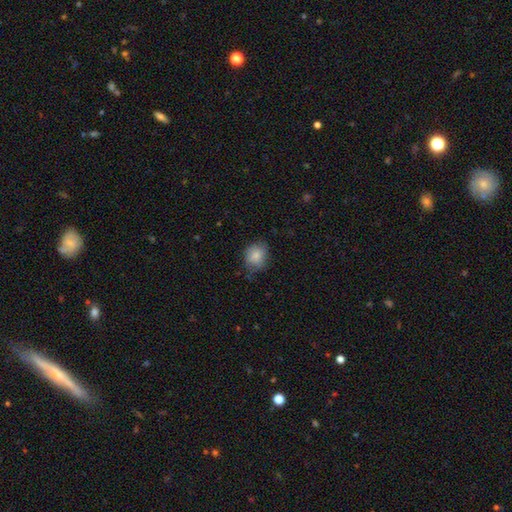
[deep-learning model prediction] Q: Smooth or featured?
A: smooth (83%); runner-up: featured or disk (9%)
Q: How rounded?
A: round (62%); runner-up: in between (37%)
Q: Merging?
A: none (69%); runner-up: minor disturbance (24%)